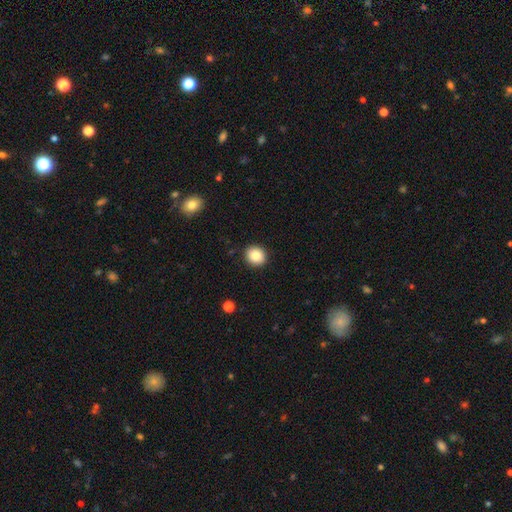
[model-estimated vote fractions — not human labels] smooth-or-featured: smooth: 86% | star or artifact: 9% | featured or disk: 5%
  how-rounded: round: 85% | in between: 14% | cigar-shaped: 1%
  merging: none: 91% | minor disturbance: 6% | major disturbance: 2% | merger: 1%